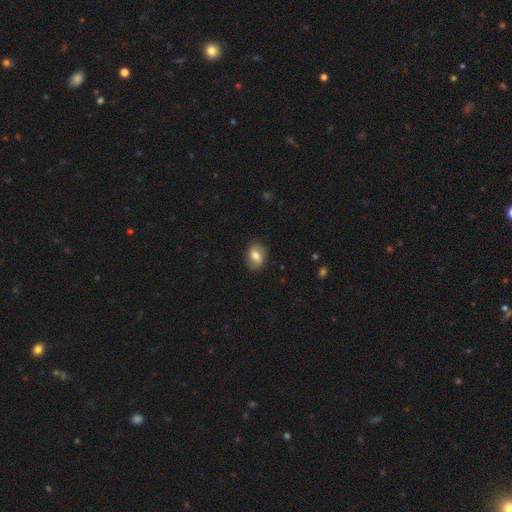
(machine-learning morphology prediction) A smooth galaxy with no disk features (65%) that is in between round and cigar-shaped (74%). Merging: none (80%).